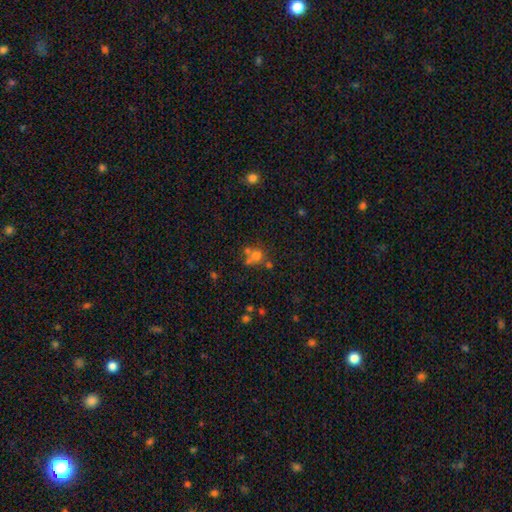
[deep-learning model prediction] Morphology: type=smooth (65%); roundness=round (82%); merging=none (47%).